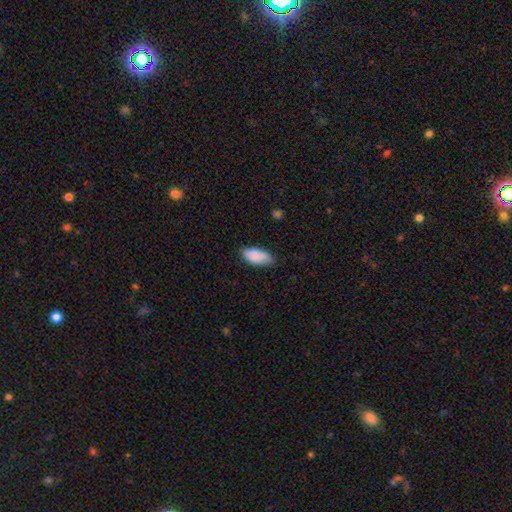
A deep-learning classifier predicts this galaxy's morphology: smooth_or_featured: smooth (p=0.89) [alt: star or artifact p=0.06]
how_rounded: in between (p=0.91) [alt: cigar-shaped p=0.07]
merging: none (p=0.76) [alt: minor disturbance p=0.20]